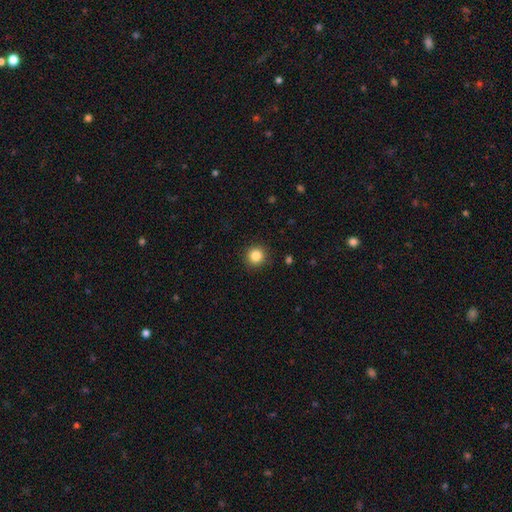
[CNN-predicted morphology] Smooth or featured? smooth (85%)
How rounded? round (94%)
Merging? none (91%)